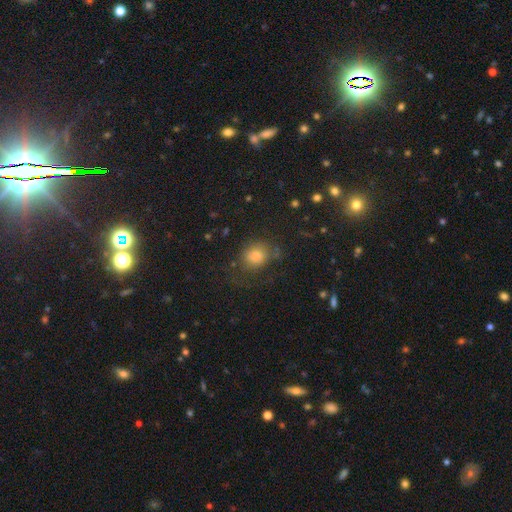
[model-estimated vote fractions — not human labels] smooth_or_featured: smooth (p=0.71) [alt: star or artifact p=0.17]
how_rounded: round (p=0.67) [alt: in between p=0.32]
merging: none (p=0.62) [alt: minor disturbance p=0.20]